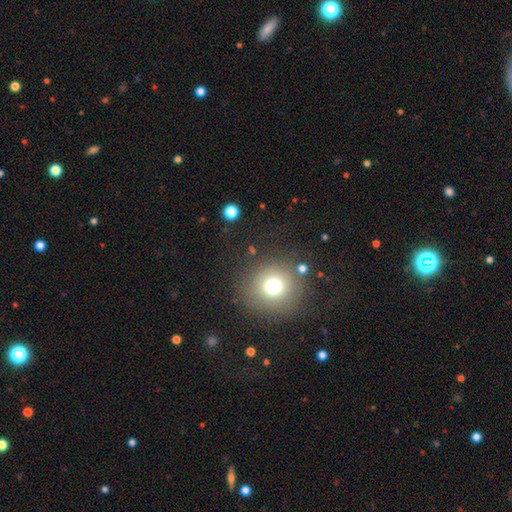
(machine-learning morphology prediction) Smooth or featured? smooth (55%)
How rounded? round (93%)
Merging? none (87%)